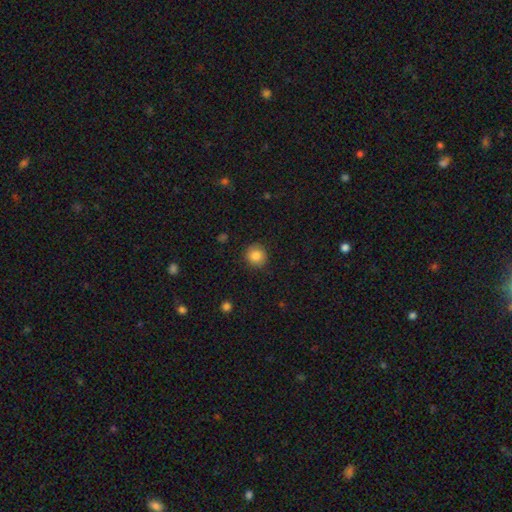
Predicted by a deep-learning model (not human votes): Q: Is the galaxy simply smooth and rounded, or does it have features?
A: smooth — 85%.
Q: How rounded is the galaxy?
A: round — 90%.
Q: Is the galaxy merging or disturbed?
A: none — 88%.